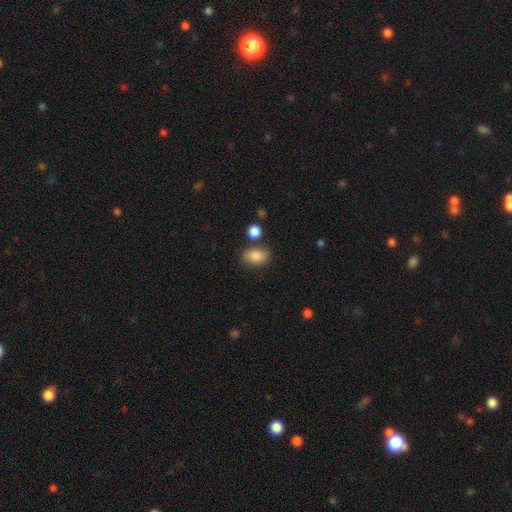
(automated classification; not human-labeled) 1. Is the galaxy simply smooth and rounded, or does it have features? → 85% smooth, 8% star or artifact, 6% featured or disk.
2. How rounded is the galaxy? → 80% in between, 18% round, 1% cigar-shaped.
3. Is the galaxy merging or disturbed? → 71% none, 15% minor disturbance, 10% merger, 4% major disturbance.